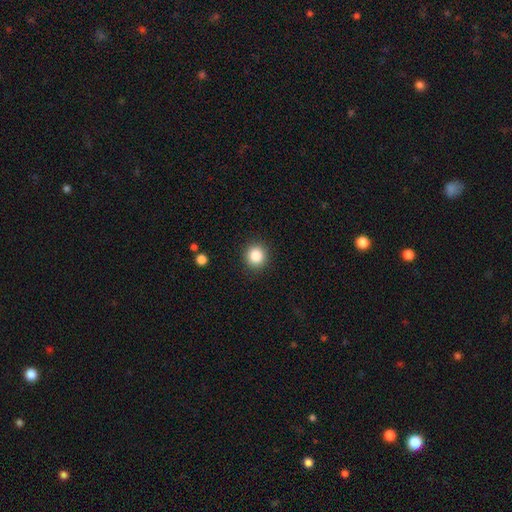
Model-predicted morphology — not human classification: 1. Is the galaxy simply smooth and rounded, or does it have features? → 85% smooth, 10% star or artifact, 5% featured or disk.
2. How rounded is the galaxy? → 91% round, 8% in between, 1% cigar-shaped.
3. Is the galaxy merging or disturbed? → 91% none, 6% minor disturbance, 2% major disturbance, 1% merger.